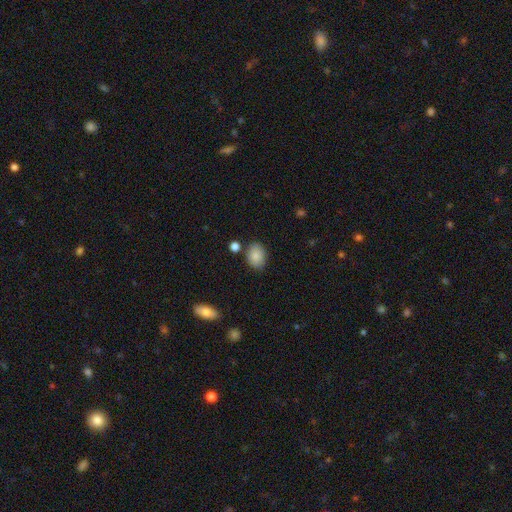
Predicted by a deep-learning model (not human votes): Morphology: type=smooth (87%); roundness=in between (73%); merging=none (78%).